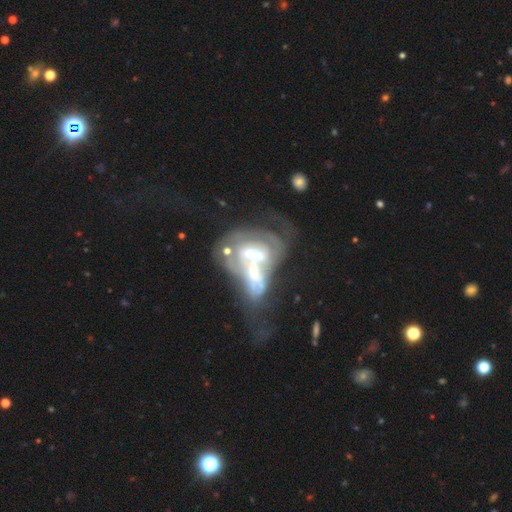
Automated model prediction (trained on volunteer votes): Smooth or featured?
  - featured or disk: 75% *
  - smooth: 17%
  - star or artifact: 7%
Edge-on disk?
  - no: 94% *
  - yes: 6%
Bar?
  - no: 40% *
  - weak: 32%
  - strong: 28%
Spiral arms?
  - yes: 54% *
  - no: 46%
Bulge size?
  - moderate: 63% *
  - small: 17%
  - large: 14%
  - none: 4%
  - dominant: 2%
Merging?
  - merger: 66% *
  - major disturbance: 15%
  - none: 12%
  - minor disturbance: 7%